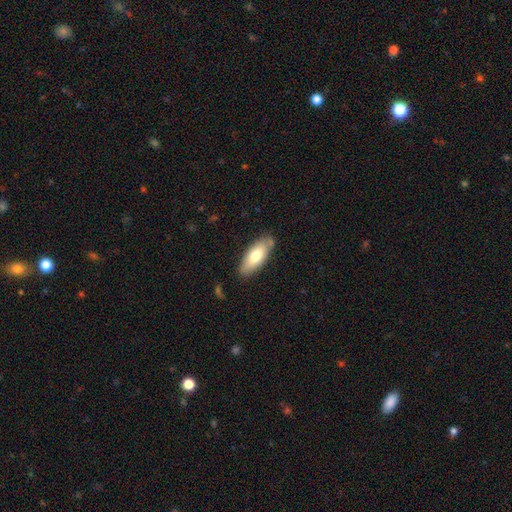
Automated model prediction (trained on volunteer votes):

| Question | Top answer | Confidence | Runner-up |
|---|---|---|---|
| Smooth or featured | smooth | 70% | featured or disk (24%) |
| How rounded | in between | 76% | cigar-shaped (22%) |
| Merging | none | 79% | minor disturbance (15%) |